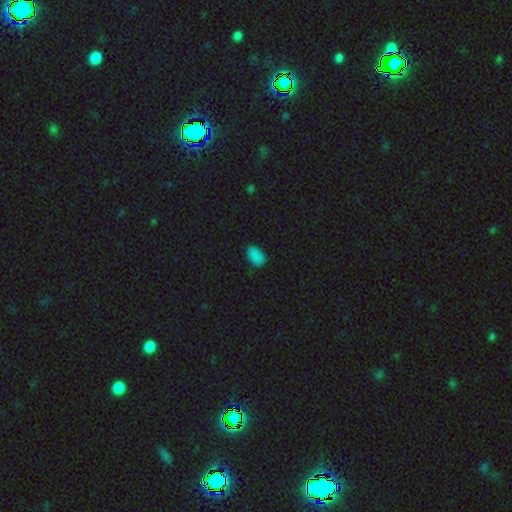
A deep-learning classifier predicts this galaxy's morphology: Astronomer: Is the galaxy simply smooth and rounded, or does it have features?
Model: smooth — 81%.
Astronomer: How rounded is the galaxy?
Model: in between — 90%.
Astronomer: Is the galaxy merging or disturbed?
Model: none — 80%.